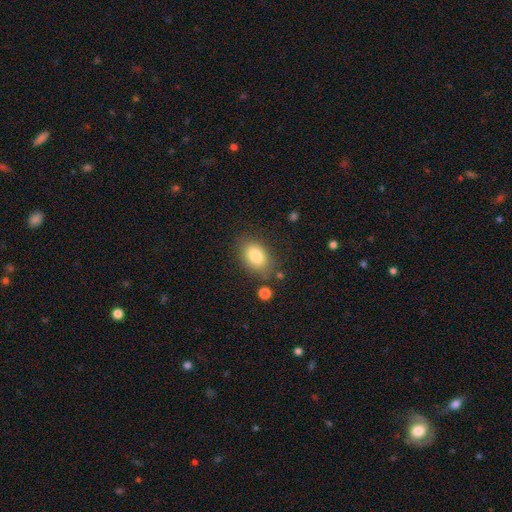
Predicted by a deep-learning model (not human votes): smooth-or-featured: smooth: 83% | featured or disk: 9% | star or artifact: 8%
  how-rounded: in between: 86% | round: 13% | cigar-shaped: 2%
  merging: none: 76% | minor disturbance: 15% | major disturbance: 5% | merger: 4%